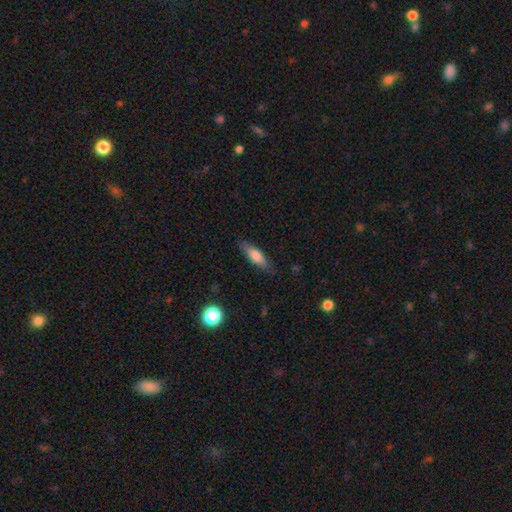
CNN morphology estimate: A smooth galaxy with no disk features (72%) that is cigar-shaped (53%). Merging: none (82%).